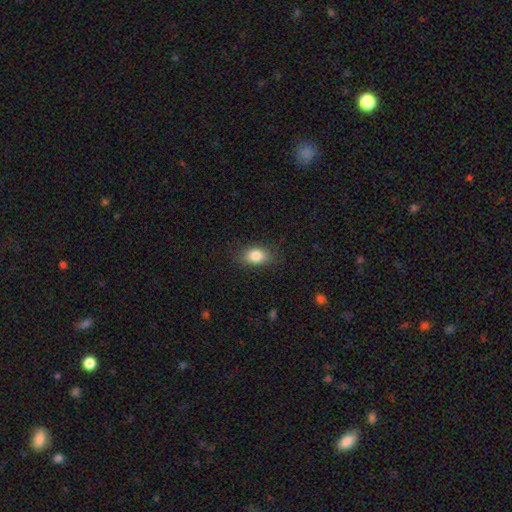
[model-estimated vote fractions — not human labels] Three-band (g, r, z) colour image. It shows a smooth galaxy with no disk features (84%) that is in between round and cigar-shaped (79%). Merging: none (81%).